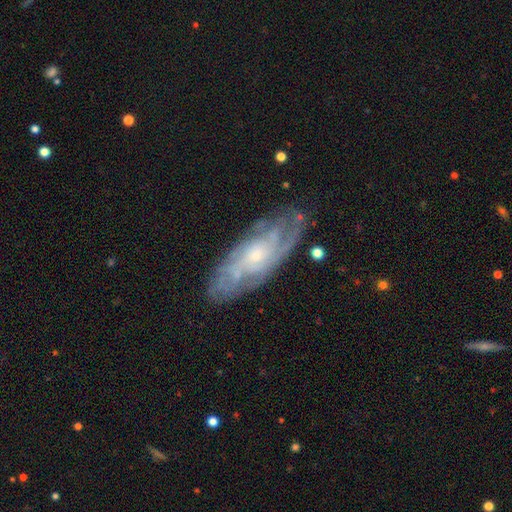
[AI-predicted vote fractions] featured or disk 80%, smooth 13%, star or artifact 7%. Down the decision tree: edge-on disk — no (86%); bar — no (72%); spiral arms — yes (92%); spiral arm count — can't tell (50%); spiral winding — tight (62%); bulge size — small (63%); merging — none (77%).